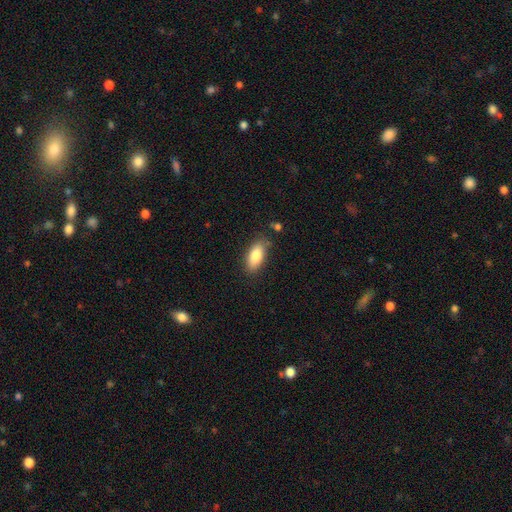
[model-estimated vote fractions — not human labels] smooth 82%, featured or disk 11%, star or artifact 7%. Down the decision tree: how rounded — in between (86%); merging — none (82%).